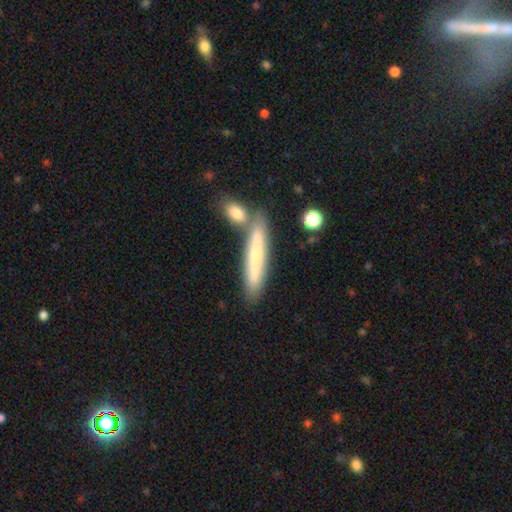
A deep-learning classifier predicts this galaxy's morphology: This appears to be a smooth galaxy with no disk features (58%) that is cigar-shaped (91%). Merging: none (67%).